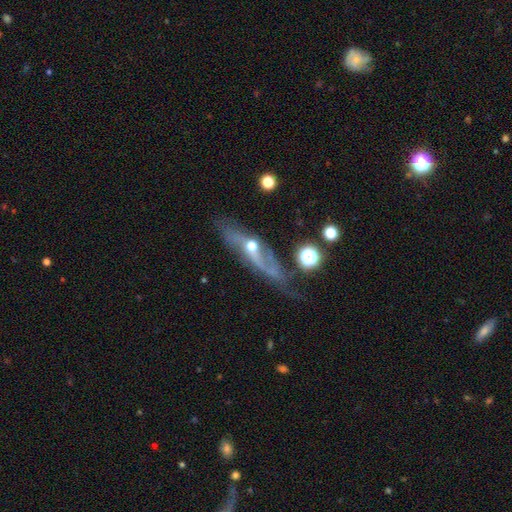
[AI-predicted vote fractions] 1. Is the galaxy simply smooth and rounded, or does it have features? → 71% featured or disk, 18% smooth, 11% star or artifact.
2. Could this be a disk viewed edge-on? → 53% yes, 47% no.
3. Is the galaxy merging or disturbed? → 57% none, 22% minor disturbance, 13% major disturbance, 7% merger.